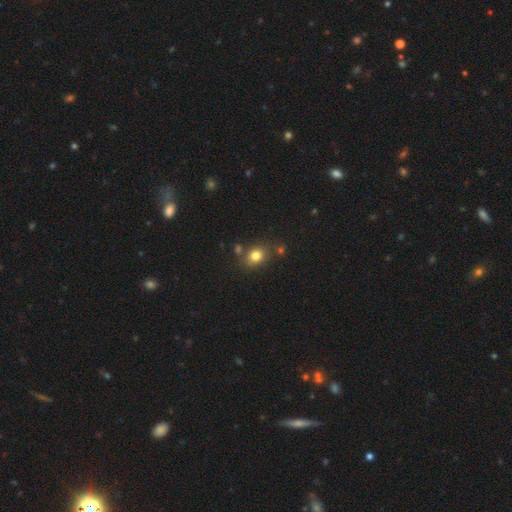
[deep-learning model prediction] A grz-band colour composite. It shows a smooth galaxy with no disk features (80%) that is round (57%). Merging: none (70%).